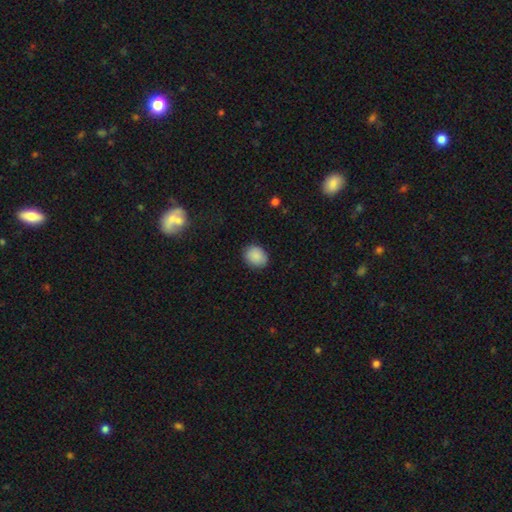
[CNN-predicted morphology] Smooth or featured: smooth — 87% (star or artifact — 8%)
How rounded: round — 55% (in between — 44%)
Merging: none — 86% (minor disturbance — 11%)